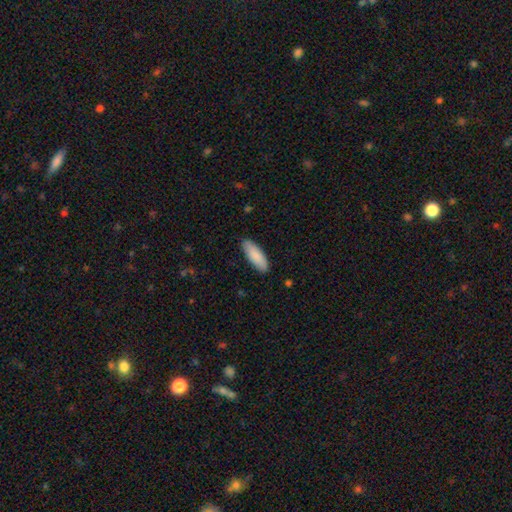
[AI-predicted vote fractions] Smooth or featured: smooth — 89% (featured or disk — 6%)
How rounded: in between — 67% (cigar-shaped — 32%)
Merging: none — 88% (minor disturbance — 9%)